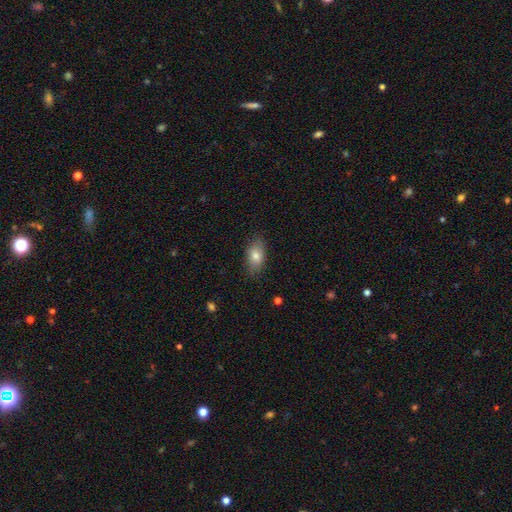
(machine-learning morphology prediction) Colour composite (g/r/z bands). It shows a smooth galaxy with no disk features (79%) that is in between round and cigar-shaped (88%). Merging: none (85%).